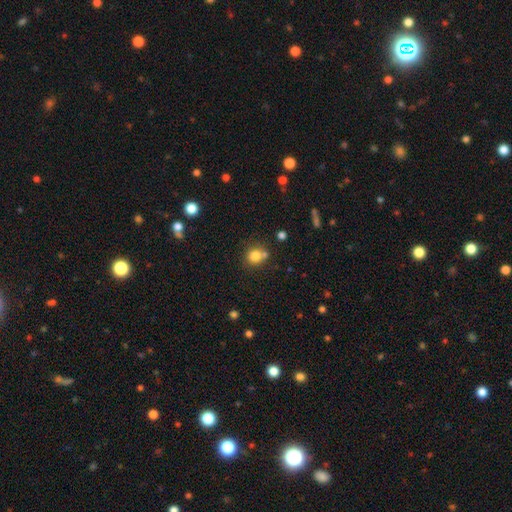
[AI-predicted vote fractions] This is likely a smooth galaxy (79%). How rounded: clearly round (82%). Merging: possibly none (60%).